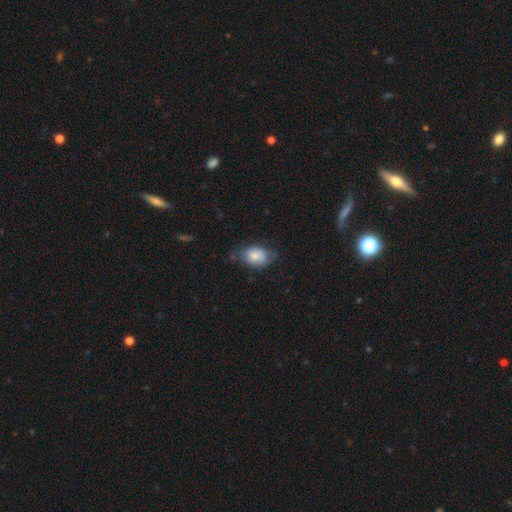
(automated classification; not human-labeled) smooth-or-featured: smooth: 77% | featured or disk: 16% | star or artifact: 7%
  how-rounded: in between: 80% | round: 18% | cigar-shaped: 1%
  merging: none: 57% | minor disturbance: 32% | major disturbance: 10% | merger: 2%